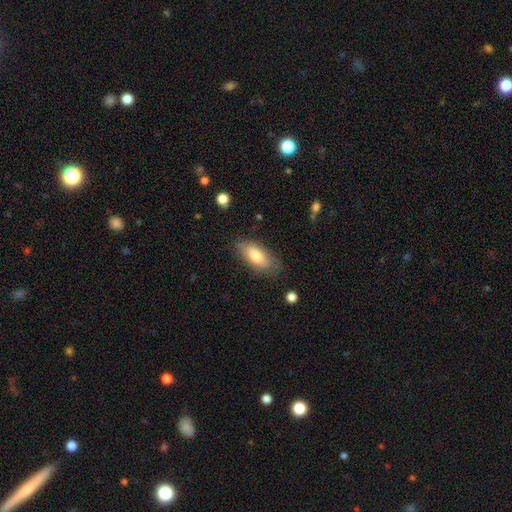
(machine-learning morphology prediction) Smooth or featured?
  - smooth: 76% *
  - featured or disk: 18%
  - star or artifact: 6%
How rounded?
  - in between: 83% *
  - cigar-shaped: 14%
  - round: 2%
Merging?
  - none: 75% *
  - minor disturbance: 19%
  - major disturbance: 5%
  - merger: 2%